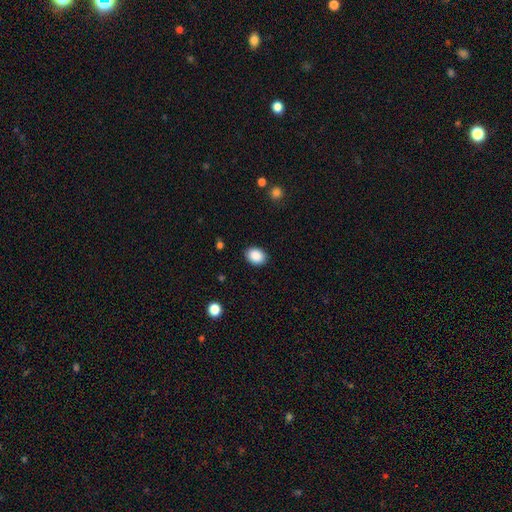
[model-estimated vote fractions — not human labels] The model was most divided on "how rounded": in between: 67%, round: 33%, cigar-shaped: 1%. More confident: smooth or featured — smooth (89%); merging — none (89%).